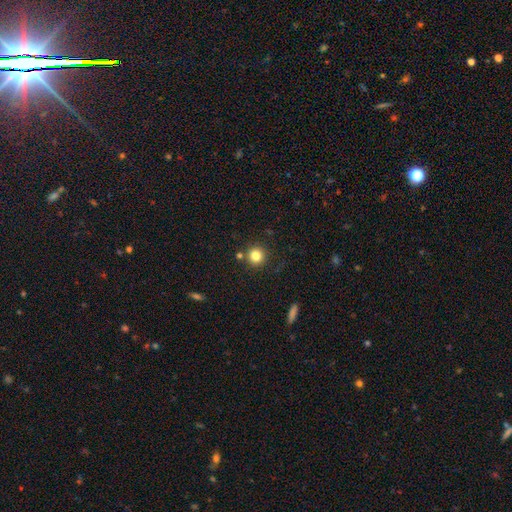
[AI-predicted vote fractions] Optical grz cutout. It shows a smooth galaxy with no disk features (81%) that is round (94%). Merging: none (84%).